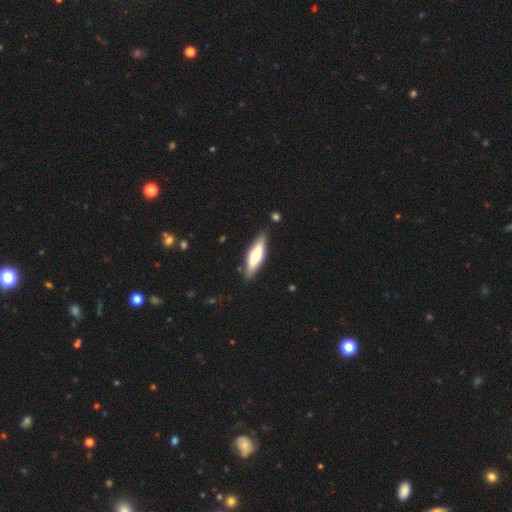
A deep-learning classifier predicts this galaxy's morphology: type=smooth (58%); roundness=cigar-shaped (61%); merging=none (85%).